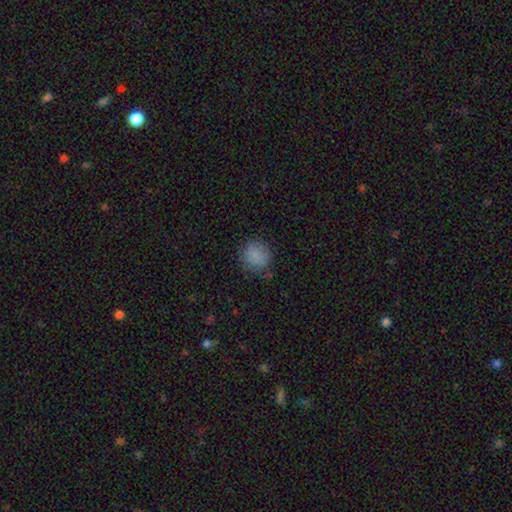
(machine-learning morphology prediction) Q: Smooth or featured?
A: smooth (84%); runner-up: star or artifact (10%)
Q: How rounded?
A: round (90%); runner-up: in between (9%)
Q: Merging?
A: none (81%); runner-up: minor disturbance (13%)